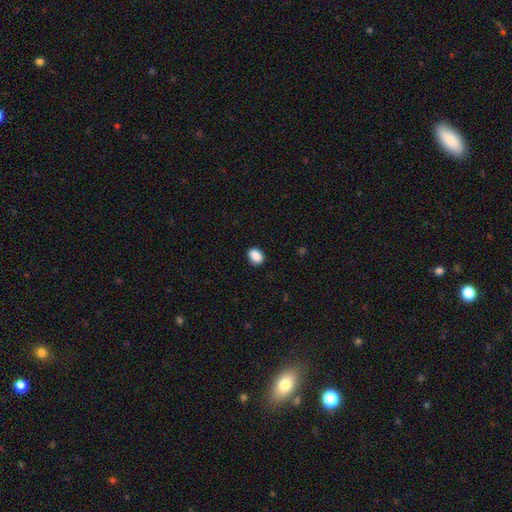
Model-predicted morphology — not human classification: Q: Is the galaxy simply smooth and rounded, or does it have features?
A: smooth — 89%.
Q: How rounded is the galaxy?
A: in between — 69%.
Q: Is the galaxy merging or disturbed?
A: none — 89%.